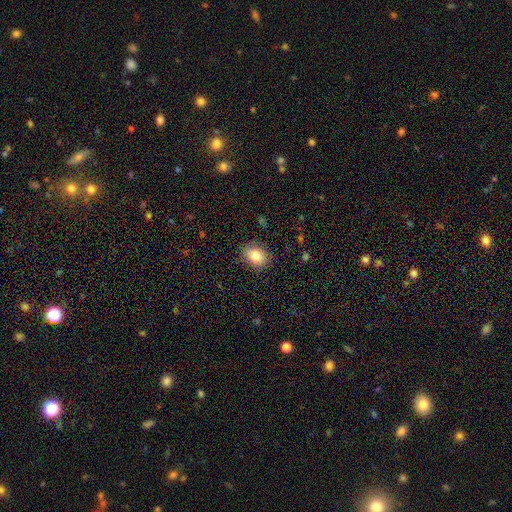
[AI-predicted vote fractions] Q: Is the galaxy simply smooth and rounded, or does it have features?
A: smooth — 83%.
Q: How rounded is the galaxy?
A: in between — 58%.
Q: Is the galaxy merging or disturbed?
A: none — 83%.